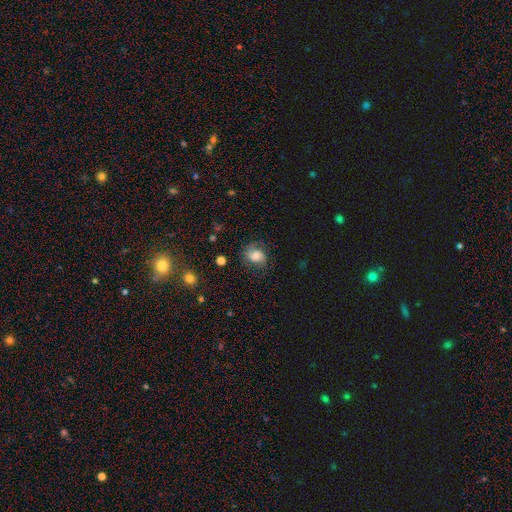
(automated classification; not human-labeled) Smooth or featured? smooth (57%)
How rounded? in between (51%)
Merging? none (65%)